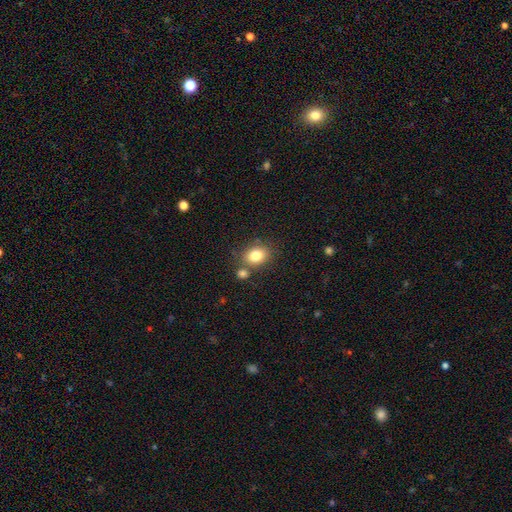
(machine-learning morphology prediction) Smooth or featured?
  - smooth: 82% *
  - star or artifact: 10%
  - featured or disk: 9%
How rounded?
  - in between: 59% *
  - round: 40%
  - cigar-shaped: 1%
Merging?
  - none: 67% *
  - merger: 18%
  - minor disturbance: 12%
  - major disturbance: 4%